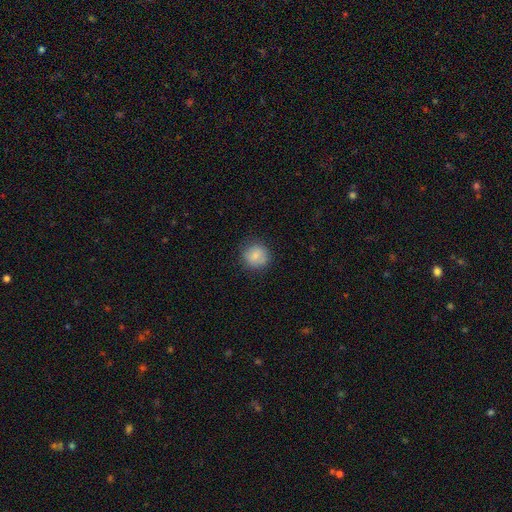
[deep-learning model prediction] Smooth or featured: smooth — 84% (star or artifact — 8%)
How rounded: round — 90% (in between — 9%)
Merging: none — 83% (minor disturbance — 12%)